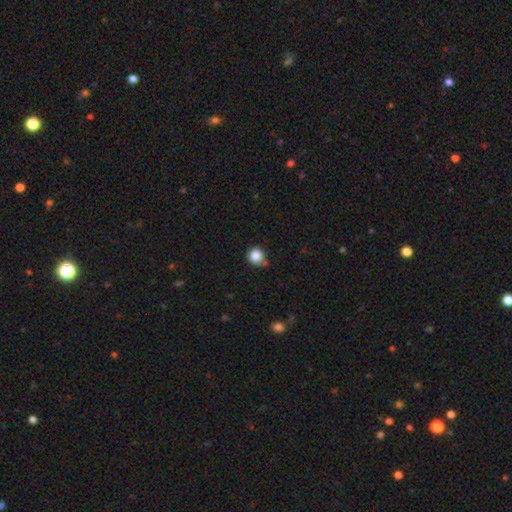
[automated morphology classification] smooth 85%, star or artifact 10%, featured or disk 5%. Down the decision tree: how rounded — round (87%); merging — none (62%).